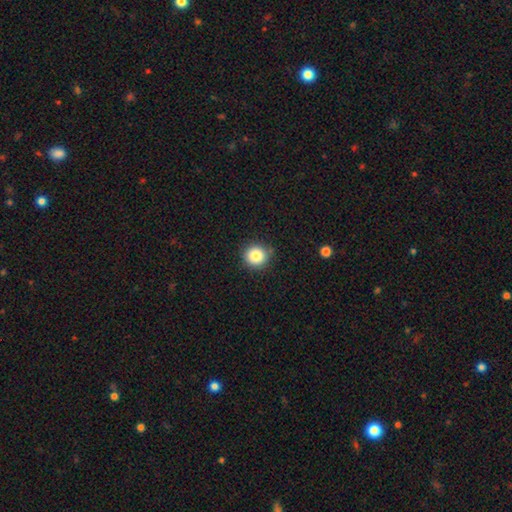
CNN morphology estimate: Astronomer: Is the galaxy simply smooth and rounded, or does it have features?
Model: smooth — 84%.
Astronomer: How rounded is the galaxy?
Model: round — 93%.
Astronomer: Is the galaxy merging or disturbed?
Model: none — 85%.